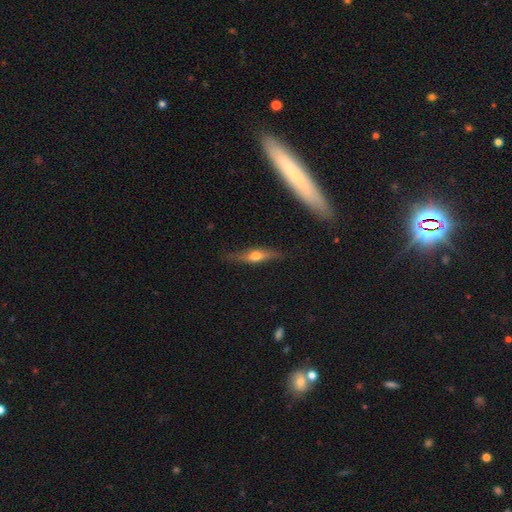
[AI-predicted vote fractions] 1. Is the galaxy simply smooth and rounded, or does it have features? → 55% featured or disk, 38% smooth, 7% star or artifact.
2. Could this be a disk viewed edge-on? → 90% yes, 10% no.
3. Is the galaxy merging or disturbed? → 80% none, 14% minor disturbance, 4% major disturbance, 2% merger.